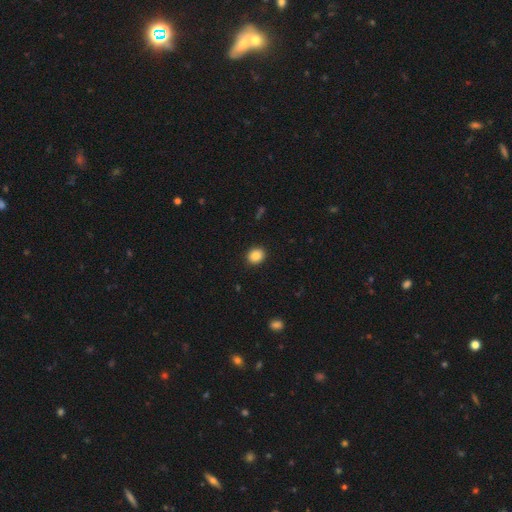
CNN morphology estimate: This appears to be a smooth galaxy with no disk features (87%) that is round (71%). Merging: none (91%).